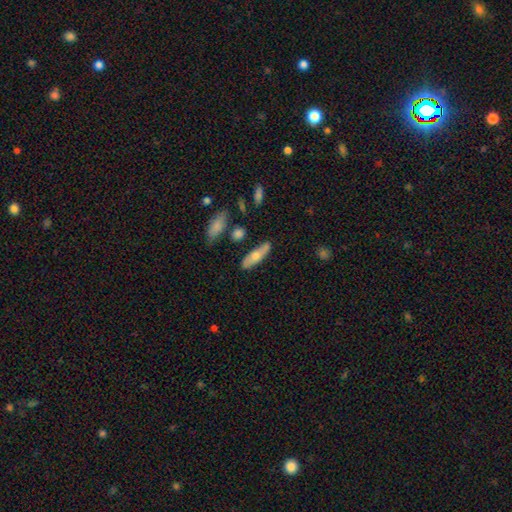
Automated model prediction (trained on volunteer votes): Smooth or featured: smooth — 58% (featured or disk — 35%)
How rounded: cigar-shaped — 52% (in between — 45%)
Merging: none — 77% (minor disturbance — 15%)